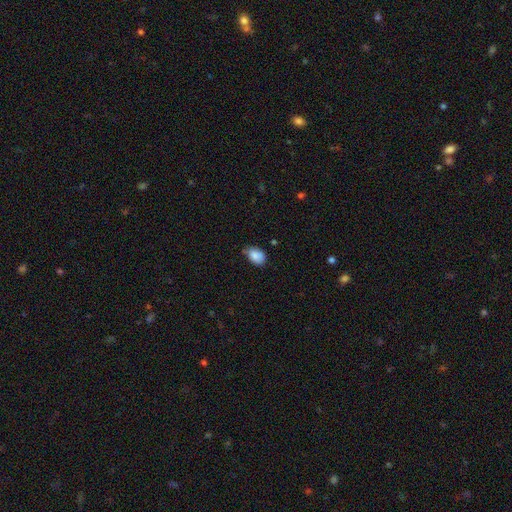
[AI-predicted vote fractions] This is clearly a smooth galaxy (85%). How rounded: clearly in between (82%). Merging: possibly none (60%).